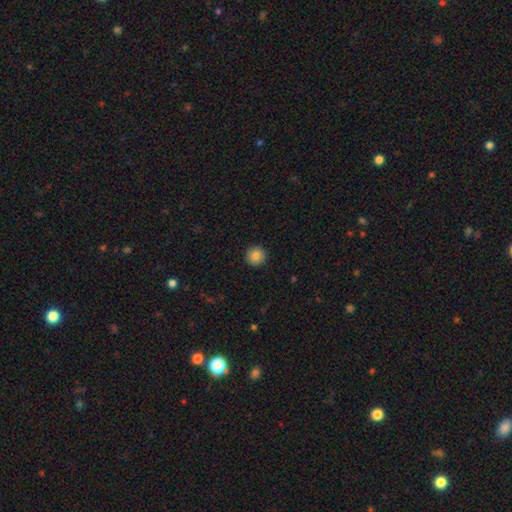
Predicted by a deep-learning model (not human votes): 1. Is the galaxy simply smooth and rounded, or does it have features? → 84% smooth, 9% star or artifact, 7% featured or disk.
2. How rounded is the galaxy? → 96% round, 3% in between, 1% cigar-shaped.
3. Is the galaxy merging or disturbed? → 92% none, 5% minor disturbance, 2% major disturbance, 1% merger.